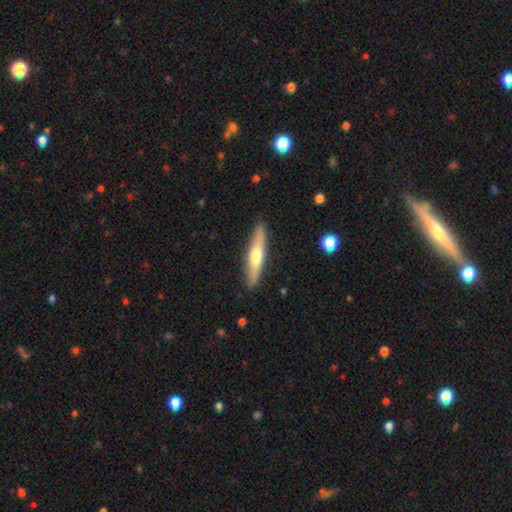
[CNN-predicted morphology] A smooth galaxy with no disk features (48%). Merging: none (90%).